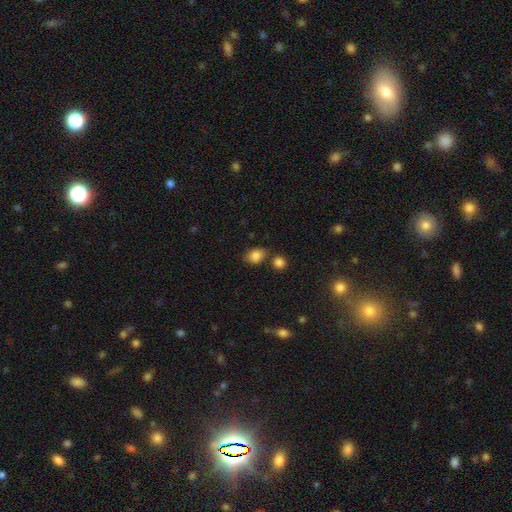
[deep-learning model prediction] A smooth galaxy with no disk features (85%) that is in between round and cigar-shaped (68%).

Vote fractions:
- Smooth or featured? smooth: 85% / star or artifact: 10% / featured or disk: 5%
- How rounded? in between: 68% / round: 31% / cigar-shaped: 1%
- Merging? none: 66% / minor disturbance: 16% / merger: 13% / major disturbance: 4%